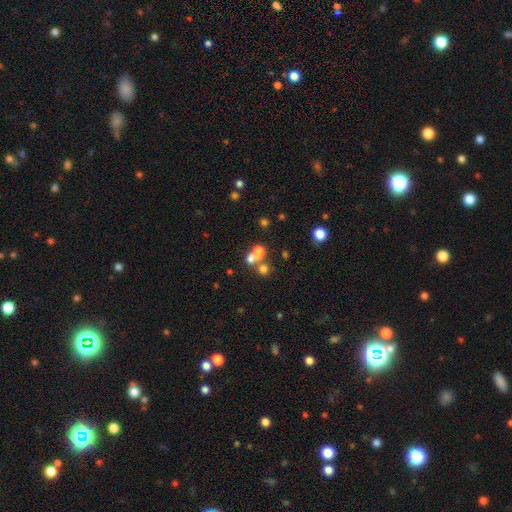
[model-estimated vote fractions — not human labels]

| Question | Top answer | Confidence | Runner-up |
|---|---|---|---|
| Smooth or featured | smooth | 46% | star or artifact (36%) |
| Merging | none | 48% | merger (41%) |